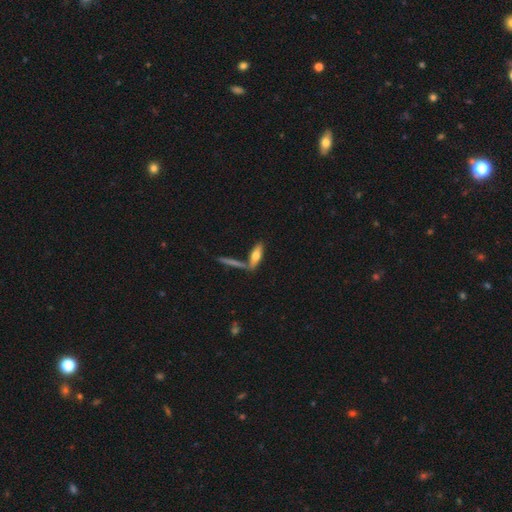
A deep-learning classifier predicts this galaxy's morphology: Overall: smooth (62%; featured or disk 31%). How rounded: cigar-shaped (52%; in between 45%). Merging: none (60%; merger 24%).